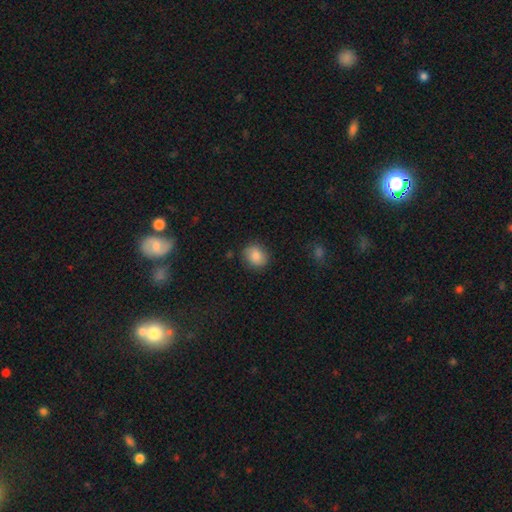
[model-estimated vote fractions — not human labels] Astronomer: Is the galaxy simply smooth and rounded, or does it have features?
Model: smooth — 84%.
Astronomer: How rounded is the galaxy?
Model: round — 68%.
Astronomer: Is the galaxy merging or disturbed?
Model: none — 85%.